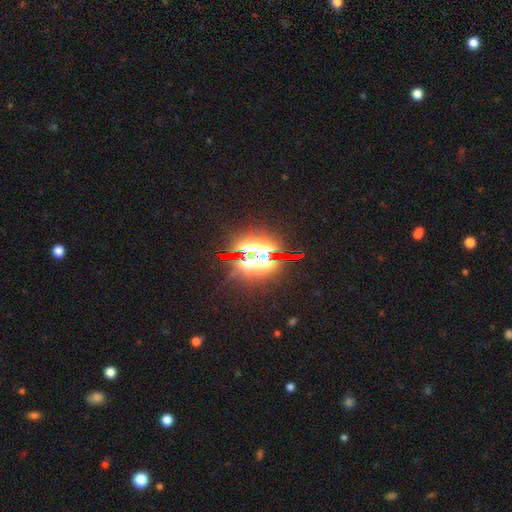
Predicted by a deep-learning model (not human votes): Smooth or featured: star or artifact — 77% (featured or disk — 12%)